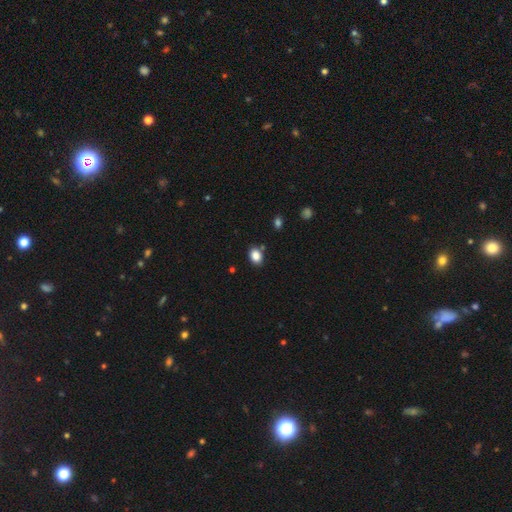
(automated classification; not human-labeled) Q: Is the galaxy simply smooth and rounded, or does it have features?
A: smooth — 86%.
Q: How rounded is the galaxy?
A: in between — 70%.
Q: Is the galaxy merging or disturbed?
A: none — 81%.